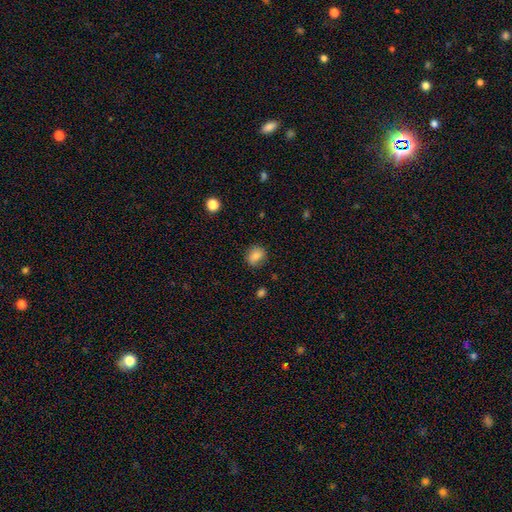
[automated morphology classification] Smooth or featured? smooth (80%)
How rounded? round (60%)
Merging? none (83%)